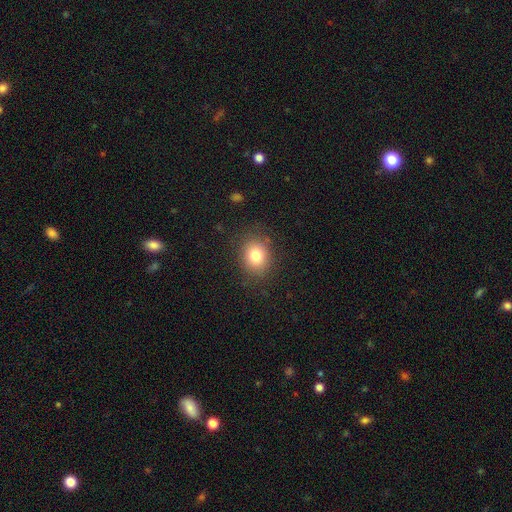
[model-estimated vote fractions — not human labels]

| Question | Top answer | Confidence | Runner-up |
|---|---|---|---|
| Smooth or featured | smooth | 79% | star or artifact (11%) |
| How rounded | round | 63% | in between (36%) |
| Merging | none | 84% | minor disturbance (11%) |